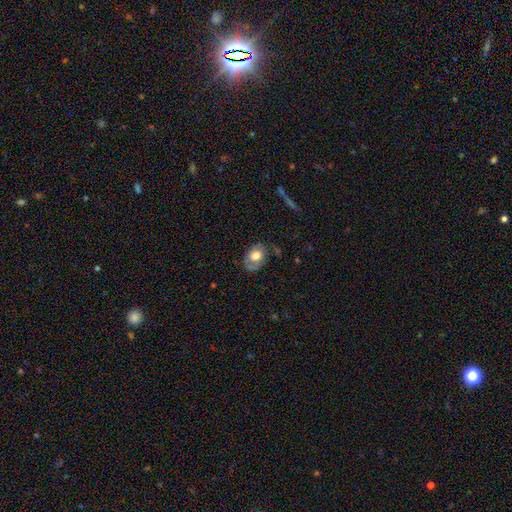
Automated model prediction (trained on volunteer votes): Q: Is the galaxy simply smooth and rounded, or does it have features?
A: smooth — 55%.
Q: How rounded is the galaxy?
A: in between — 73%.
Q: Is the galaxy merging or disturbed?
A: none — 67%.